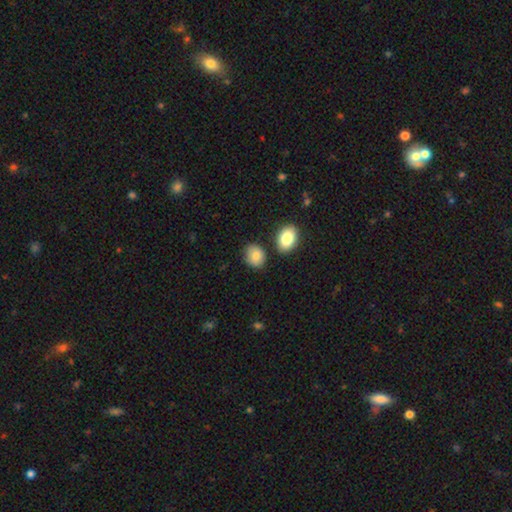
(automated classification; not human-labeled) smooth_or_featured: smooth (p=0.85) [alt: star or artifact p=0.08]
how_rounded: in between (p=0.51) [alt: round p=0.48]
merging: none (p=0.76) [alt: minor disturbance p=0.14]